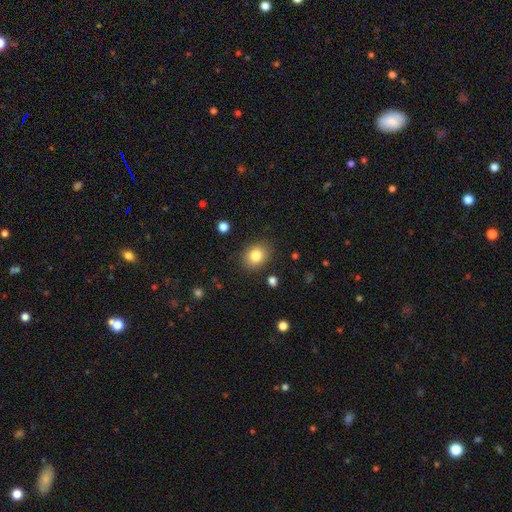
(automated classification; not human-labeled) The model was most divided on "how rounded": round: 51%, in between: 48%, cigar-shaped: 1%. More confident: merging — none (86%); smooth or featured — smooth (82%).